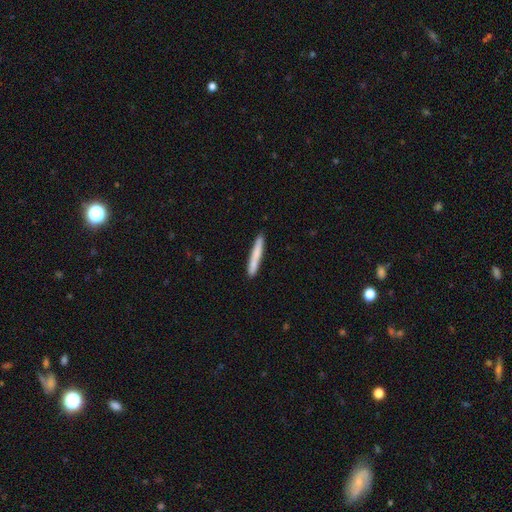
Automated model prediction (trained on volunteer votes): smooth_or_featured: smooth (p=0.75) [alt: featured or disk p=0.19]
how_rounded: cigar-shaped (p=0.96) [alt: in between p=0.03]
merging: none (p=0.91) [alt: minor disturbance p=0.06]